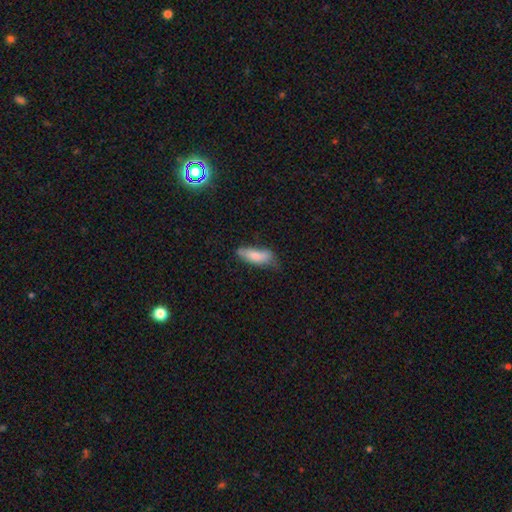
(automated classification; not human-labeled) Q: Smooth or featured?
A: smooth (77%); runner-up: featured or disk (16%)
Q: How rounded?
A: in between (62%); runner-up: cigar-shaped (36%)
Q: Merging?
A: none (46%); runner-up: minor disturbance (37%)